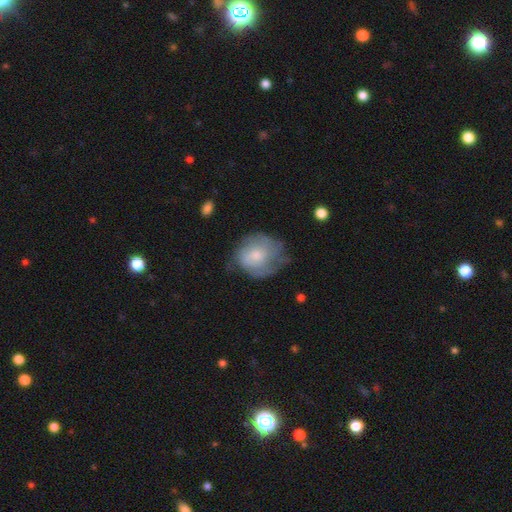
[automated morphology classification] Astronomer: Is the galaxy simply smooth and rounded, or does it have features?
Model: featured or disk — 47% (runner-up: smooth, 46%).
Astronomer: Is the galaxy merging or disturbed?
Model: none — 47% (runner-up: minor disturbance, 32%).